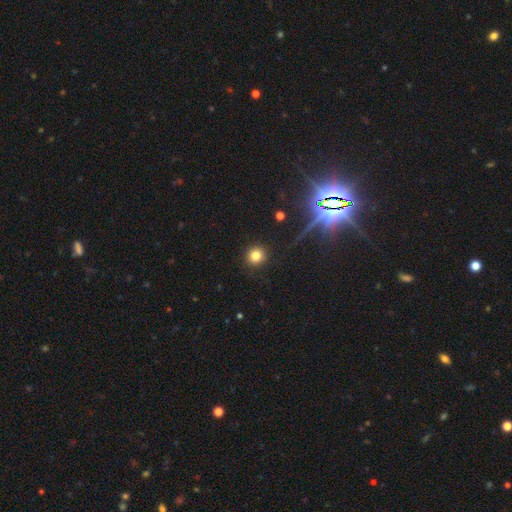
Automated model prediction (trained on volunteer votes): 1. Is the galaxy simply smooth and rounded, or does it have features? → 79% smooth, 14% star or artifact, 6% featured or disk.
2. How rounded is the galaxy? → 91% round, 8% in between, 1% cigar-shaped.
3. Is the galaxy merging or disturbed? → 90% none, 6% minor disturbance, 2% major disturbance, 1% merger.